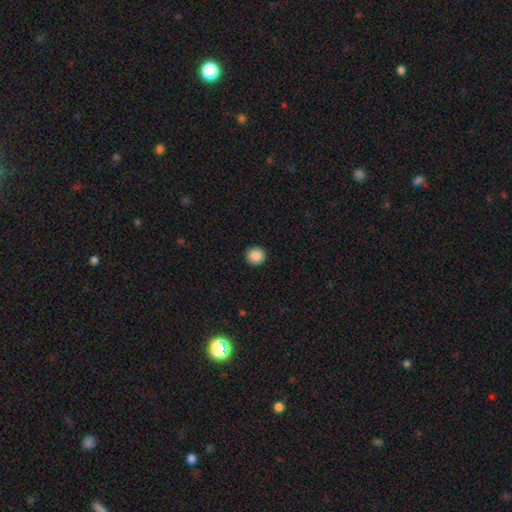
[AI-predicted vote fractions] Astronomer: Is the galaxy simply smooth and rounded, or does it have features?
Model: smooth — 89%.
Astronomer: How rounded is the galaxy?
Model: round — 94%.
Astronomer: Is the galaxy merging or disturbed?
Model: none — 93%.